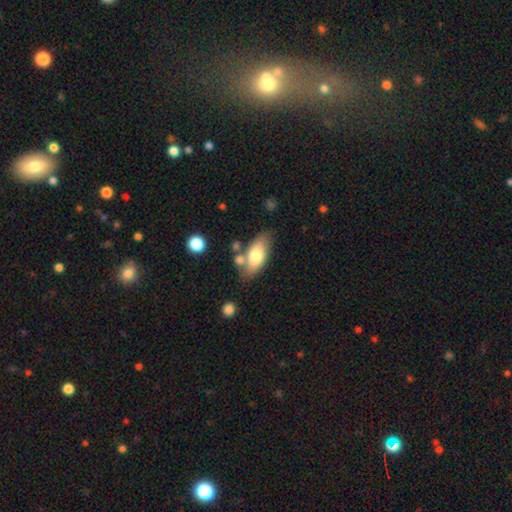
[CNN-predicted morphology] This is likely a smooth galaxy (72%). How rounded: clearly in between (88%). Merging: likely none (63%).